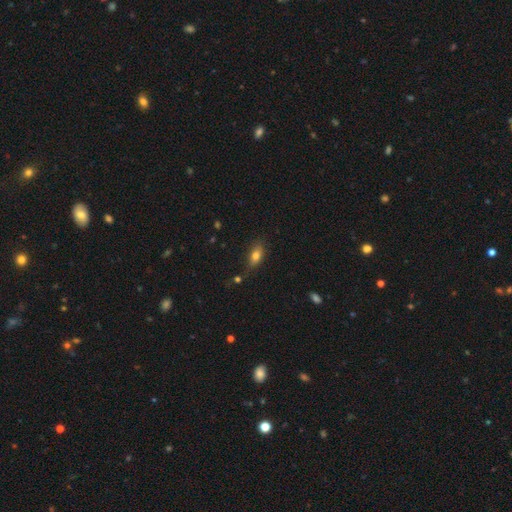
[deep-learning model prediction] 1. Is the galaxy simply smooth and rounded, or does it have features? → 76% smooth, 14% featured or disk, 10% star or artifact.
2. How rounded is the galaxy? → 80% in between, 13% cigar-shaped, 7% round.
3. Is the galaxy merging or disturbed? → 66% none, 22% minor disturbance, 6% major disturbance, 6% merger.